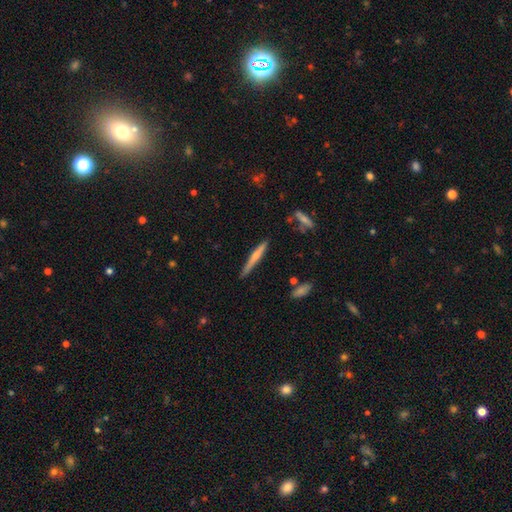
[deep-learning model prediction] smooth_or_featured: smooth (p=0.49) [alt: featured or disk p=0.45]
merging: none (p=0.83) [alt: minor disturbance p=0.13]